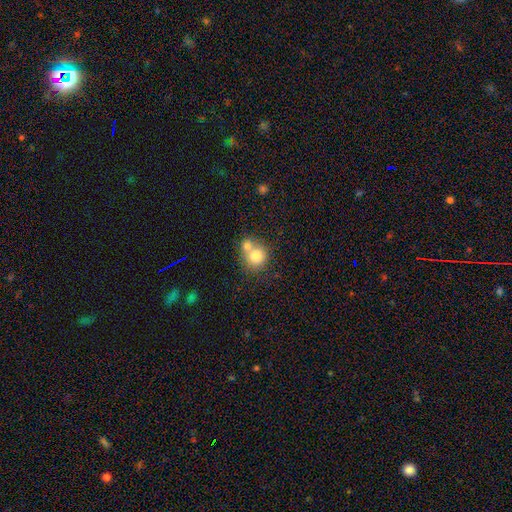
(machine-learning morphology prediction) This is likely a smooth galaxy (76%). How rounded: clearly round (86%). Merging: possibly merger (49%).